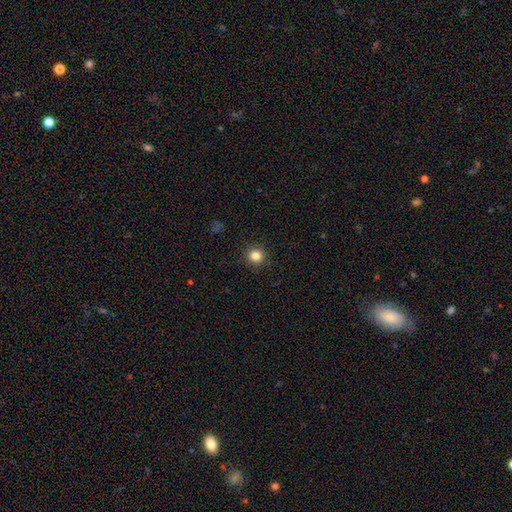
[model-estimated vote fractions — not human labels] Q: Smooth or featured?
A: smooth (83%); runner-up: star or artifact (12%)
Q: How rounded?
A: round (95%); runner-up: in between (4%)
Q: Merging?
A: none (92%); runner-up: minor disturbance (5%)